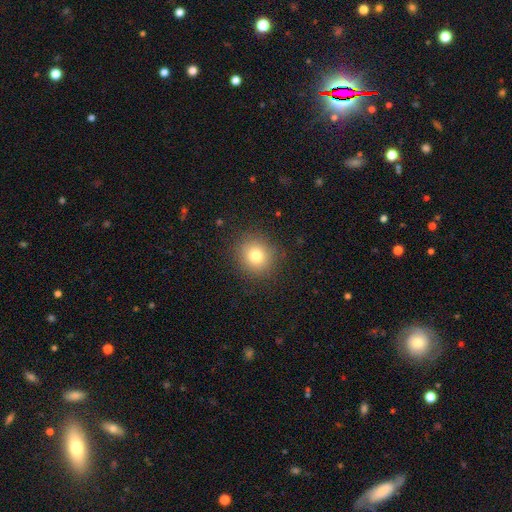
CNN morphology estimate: The model was most divided on "smooth or featured": smooth: 78%, star or artifact: 13%, featured or disk: 9%. More confident: merging — none (88%); how rounded — round (86%).